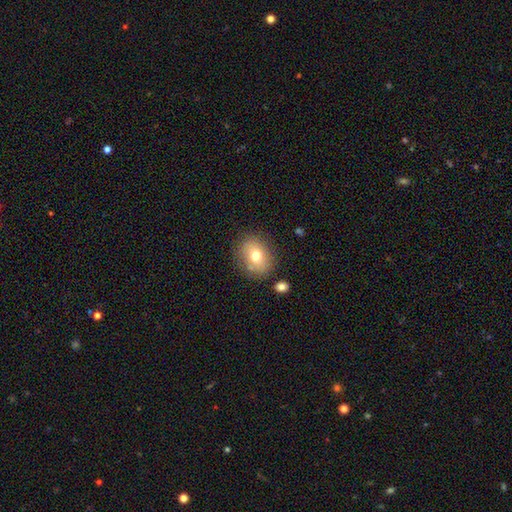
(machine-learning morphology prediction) type=smooth (73%); roundness=round (50%); merging=none (79%).